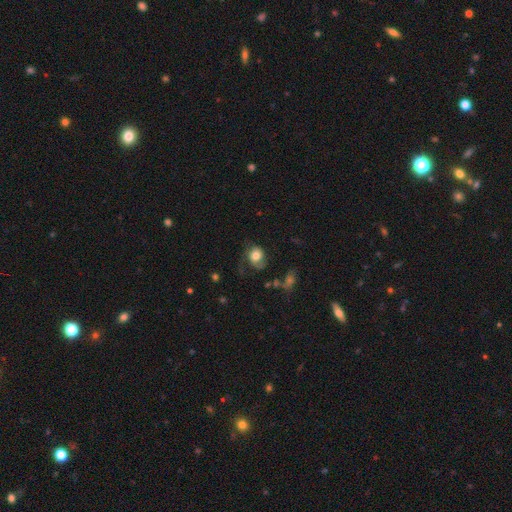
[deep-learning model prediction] Smooth or featured: smooth — 61% (featured or disk — 31%)
How rounded: round — 62% (in between — 37%)
Merging: none — 42% (major disturbance — 29%)